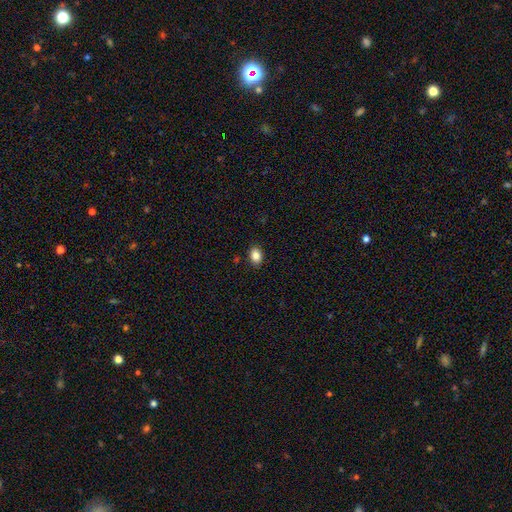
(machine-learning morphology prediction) smooth-or-featured: smooth: 85% | star or artifact: 9% | featured or disk: 6%
  how-rounded: in between: 74% | round: 25% | cigar-shaped: 1%
  merging: none: 89% | minor disturbance: 8% | major disturbance: 2% | merger: 1%